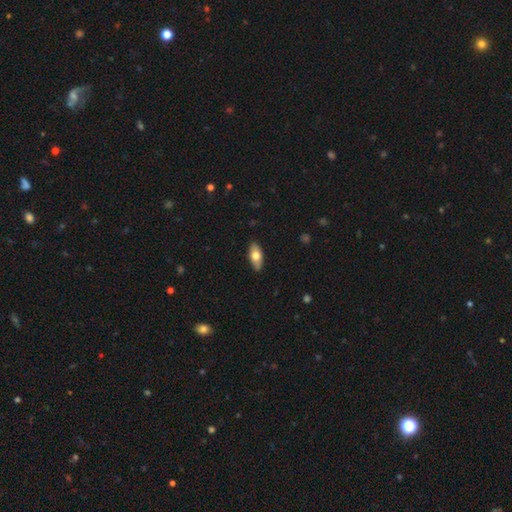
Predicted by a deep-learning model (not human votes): Q: Smooth or featured?
A: smooth (70%); runner-up: featured or disk (24%)
Q: How rounded?
A: in between (86%); runner-up: cigar-shaped (11%)
Q: Merging?
A: none (87%); runner-up: minor disturbance (10%)